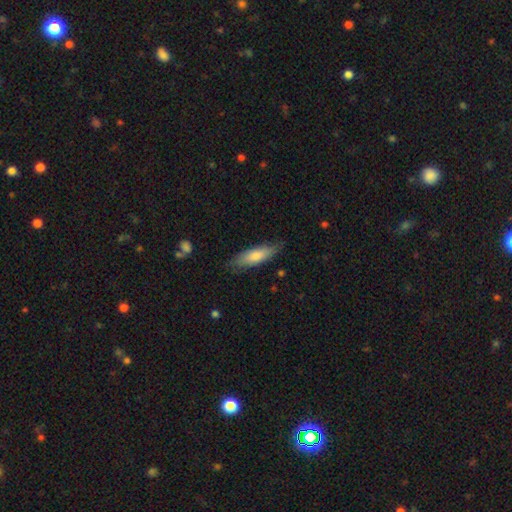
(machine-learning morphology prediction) Smooth or featured?
  - smooth: 68% *
  - featured or disk: 26%
  - star or artifact: 6%
How rounded?
  - cigar-shaped: 56% *
  - in between: 42%
  - round: 2%
Merging?
  - none: 79% *
  - minor disturbance: 17%
  - major disturbance: 3%
  - merger: 1%